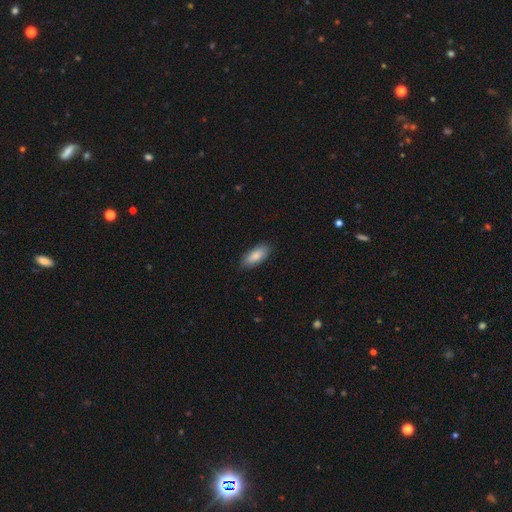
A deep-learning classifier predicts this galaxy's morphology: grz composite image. It shows a smooth galaxy with no disk features (86%) that is in between round and cigar-shaped (85%). Merging: none (84%).